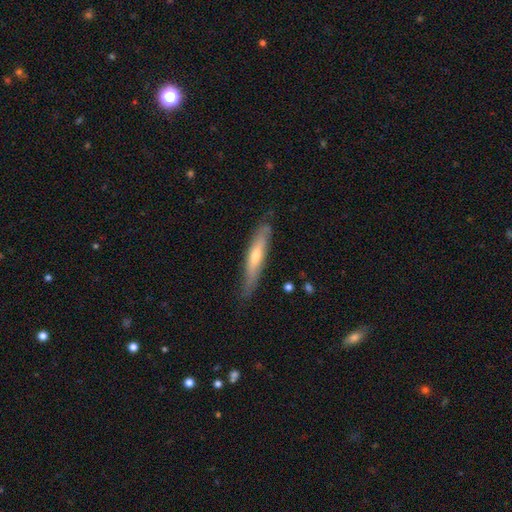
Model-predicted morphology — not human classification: The model was most divided on "smooth or featured": featured or disk: 52%, smooth: 42%, star or artifact: 6%. More confident: edge-on disk — yes (82%); merging — none (77%).